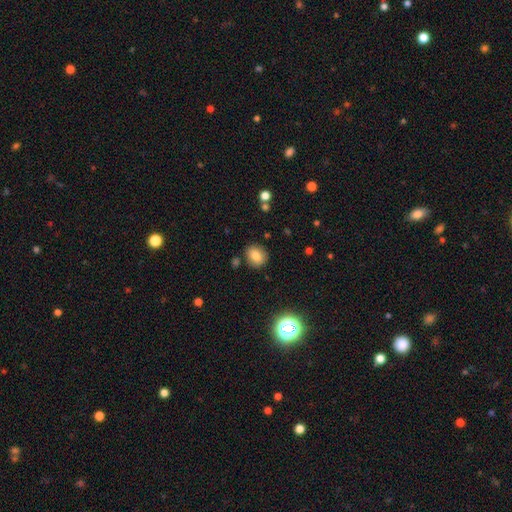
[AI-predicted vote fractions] Q: Smooth or featured?
A: smooth (79%); runner-up: star or artifact (12%)
Q: How rounded?
A: round (70%); runner-up: in between (29%)
Q: Merging?
A: none (86%); runner-up: minor disturbance (9%)